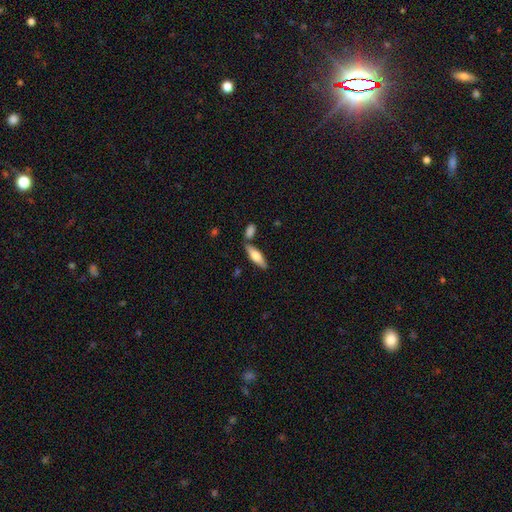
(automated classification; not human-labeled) Smooth or featured? smooth (62%)
How rounded? in between (50%)
Merging? none (73%)